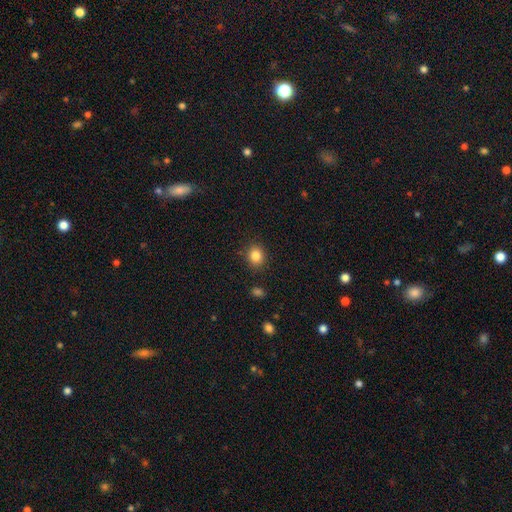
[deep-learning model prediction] Smooth or featured?
  - smooth: 84% *
  - star or artifact: 11%
  - featured or disk: 6%
How rounded?
  - round: 71% *
  - in between: 28%
  - cigar-shaped: 1%
Merging?
  - none: 87% *
  - minor disturbance: 8%
  - major disturbance: 3%
  - merger: 2%